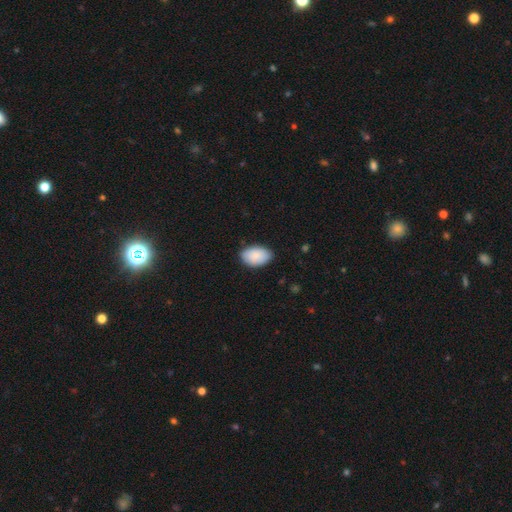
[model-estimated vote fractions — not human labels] smooth-or-featured: smooth: 89% | star or artifact: 6% | featured or disk: 5%
  how-rounded: in between: 92% | round: 7% | cigar-shaped: 1%
  merging: none: 83% | minor disturbance: 14% | major disturbance: 2% | merger: 1%